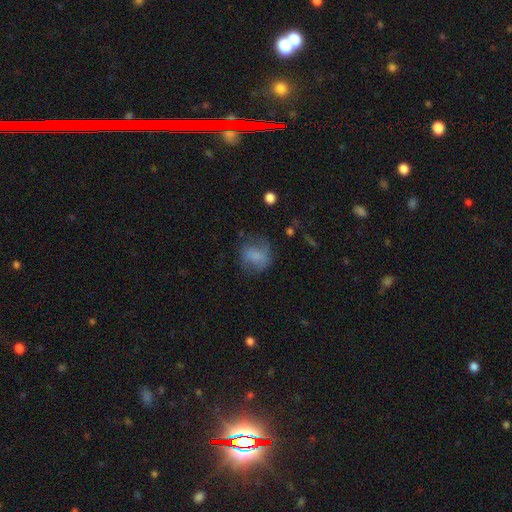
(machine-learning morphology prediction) Smooth or featured?
  - smooth: 58% *
  - featured or disk: 31%
  - star or artifact: 11%
How rounded?
  - round: 63% *
  - in between: 36%
  - cigar-shaped: 1%
Merging?
  - none: 54% *
  - minor disturbance: 25%
  - major disturbance: 19%
  - merger: 2%